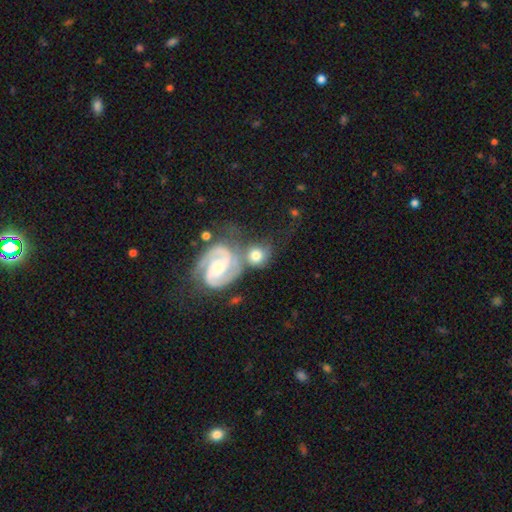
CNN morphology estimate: featured or disk 50%, smooth 43%, star or artifact 7%. Down the decision tree: edge-on disk — no (96%); merging — none (49%).